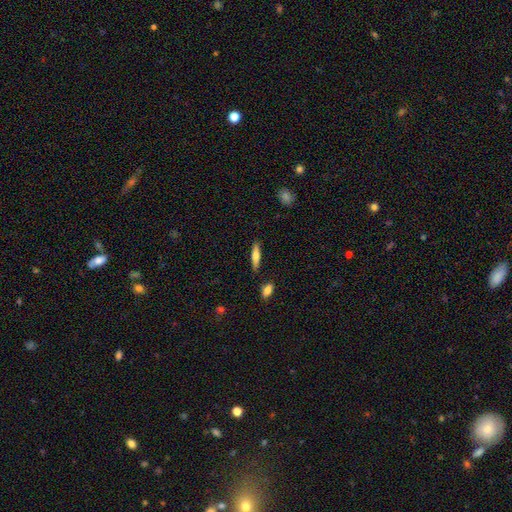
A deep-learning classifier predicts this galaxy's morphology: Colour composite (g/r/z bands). It shows a smooth galaxy with no disk features (62%) that is cigar-shaped (78%). Merging: none (85%).